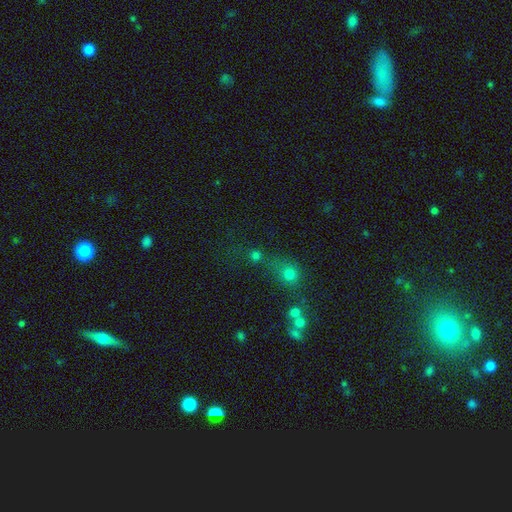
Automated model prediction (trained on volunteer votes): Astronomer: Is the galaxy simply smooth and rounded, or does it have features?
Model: smooth — 69%.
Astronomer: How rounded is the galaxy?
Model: round — 88%.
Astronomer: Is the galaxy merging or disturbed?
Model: none — 57%.